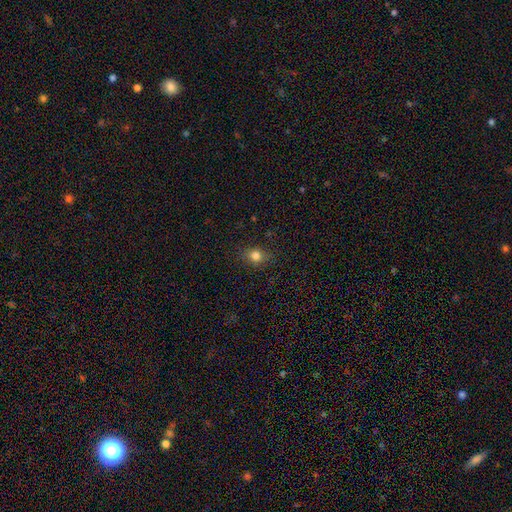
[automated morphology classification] type=smooth (80%); roundness=round (63%); merging=none (85%).